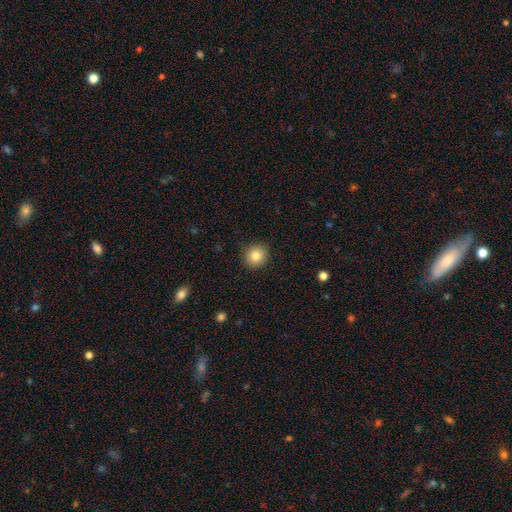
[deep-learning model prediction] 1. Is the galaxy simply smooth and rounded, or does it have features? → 83% smooth, 10% star or artifact, 7% featured or disk.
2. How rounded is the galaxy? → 89% round, 10% in between, 1% cigar-shaped.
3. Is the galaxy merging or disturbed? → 90% none, 7% minor disturbance, 2% major disturbance, 1% merger.